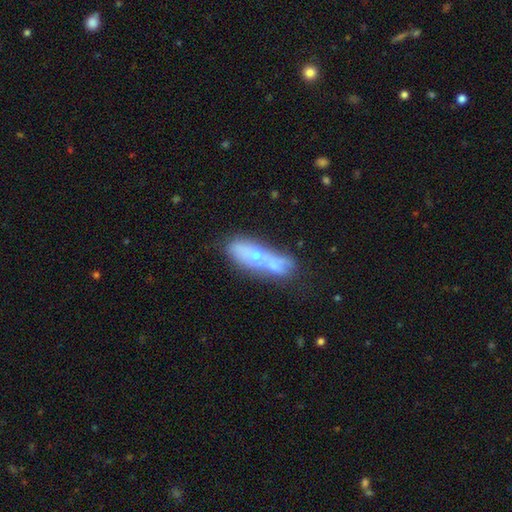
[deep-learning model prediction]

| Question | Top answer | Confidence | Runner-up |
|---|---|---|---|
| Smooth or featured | smooth | 48% | featured or disk (44%) |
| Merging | merger | 47% | none (28%) |